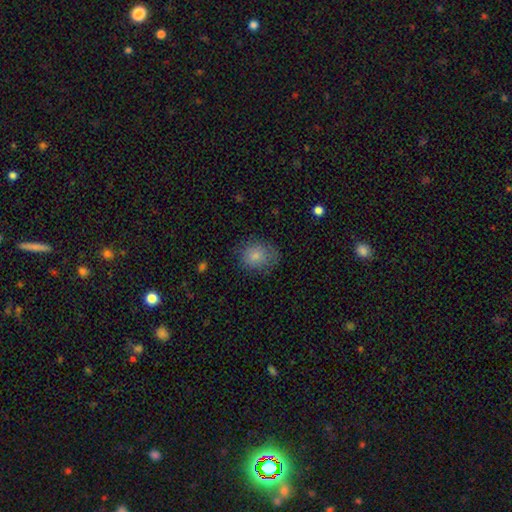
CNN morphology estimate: smooth-or-featured: smooth: 82% | featured or disk: 9% | star or artifact: 9%
  how-rounded: round: 58% | in between: 41% | cigar-shaped: 1%
  merging: none: 72% | minor disturbance: 20% | major disturbance: 7% | merger: 1%